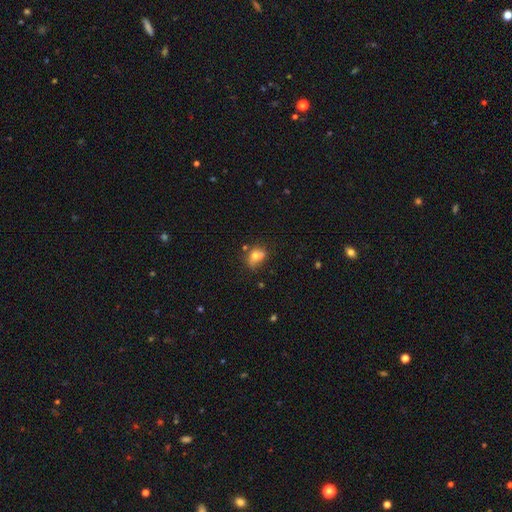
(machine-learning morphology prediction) smooth 68%, featured or disk 19%, star or artifact 13%. Down the decision tree: how rounded — in between (49%, tied with round); merging — none (38%).